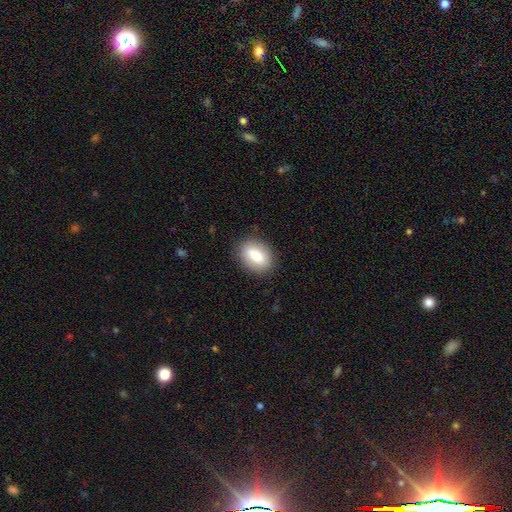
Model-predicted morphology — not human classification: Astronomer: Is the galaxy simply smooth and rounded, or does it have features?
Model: smooth — 76%.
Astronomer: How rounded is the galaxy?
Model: in between — 74%.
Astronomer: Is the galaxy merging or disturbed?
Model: none — 86%.